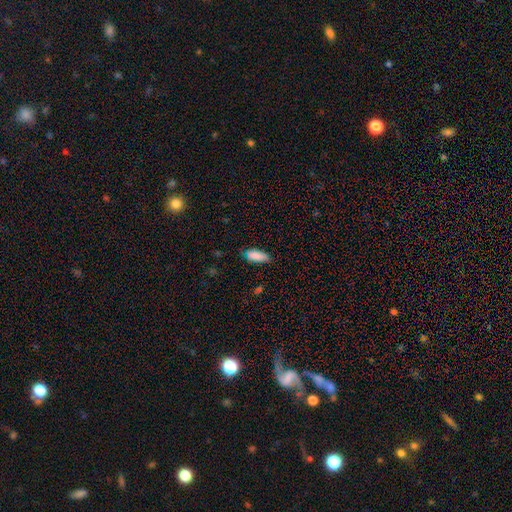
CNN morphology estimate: Q: Smooth or featured?
A: smooth (88%); runner-up: star or artifact (7%)
Q: How rounded?
A: in between (78%); runner-up: cigar-shaped (21%)
Q: Merging?
A: none (75%); runner-up: minor disturbance (20%)